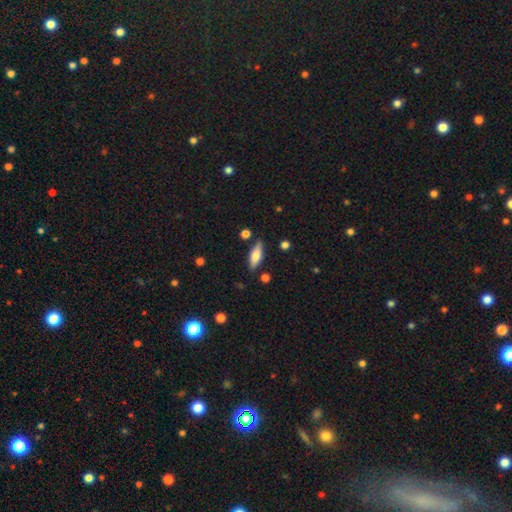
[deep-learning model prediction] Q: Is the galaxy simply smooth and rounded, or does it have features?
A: smooth — 65%.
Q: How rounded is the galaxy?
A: in between — 61%.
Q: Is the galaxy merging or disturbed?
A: none — 83%.